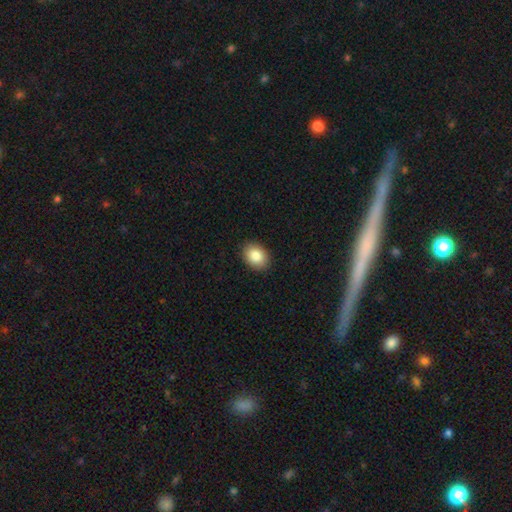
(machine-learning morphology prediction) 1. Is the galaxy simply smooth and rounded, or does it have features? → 86% smooth, 8% star or artifact, 7% featured or disk.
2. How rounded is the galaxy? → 72% in between, 27% round, 1% cigar-shaped.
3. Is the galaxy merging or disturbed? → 90% none, 7% minor disturbance, 2% major disturbance, 1% merger.